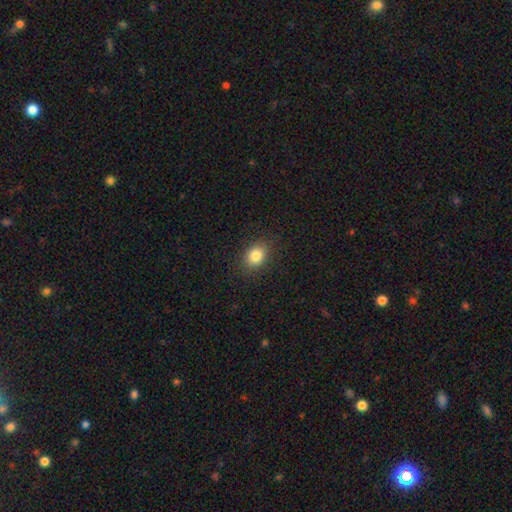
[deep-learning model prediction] smooth 83%, star or artifact 10%, featured or disk 6%. Down the decision tree: how rounded — in between (56%); merging — none (88%).